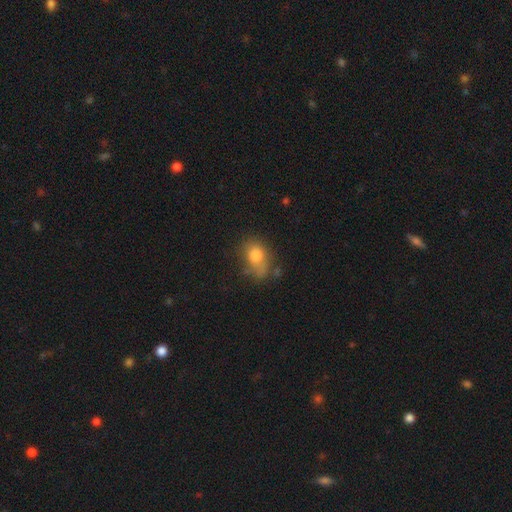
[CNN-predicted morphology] type=smooth (75%); roundness=in between (61%); merging=none (47%).